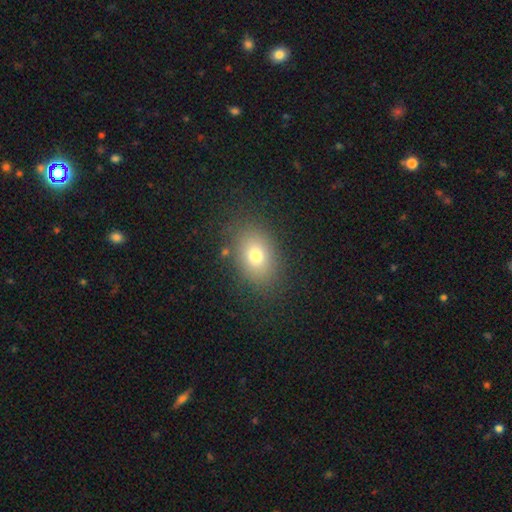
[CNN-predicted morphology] This is likely a smooth galaxy (74%). How rounded: likely in between (73%). Merging: clearly none (83%).